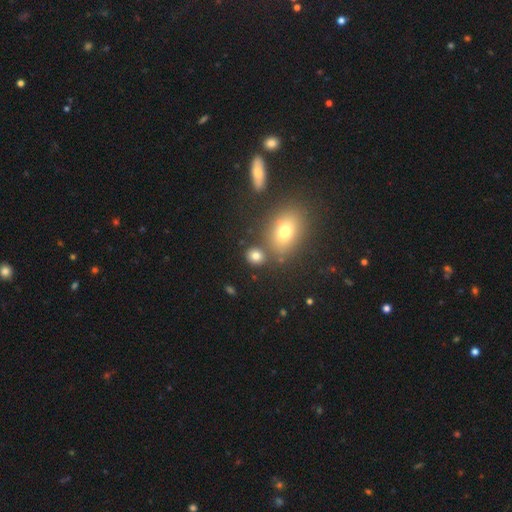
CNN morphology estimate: Overall: smooth (77%). How rounded: round (61%; in between 38%). Merging: none (75%).